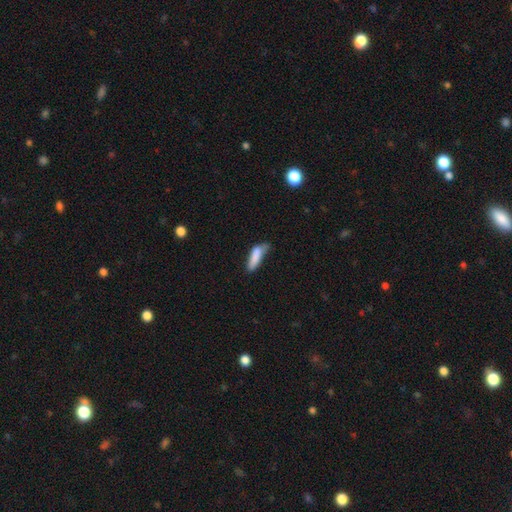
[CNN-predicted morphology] Smooth or featured? Predicted: smooth (p=0.81). How rounded? Predicted: cigar-shaped (p=0.59). Merging? Predicted: none (p=0.42).